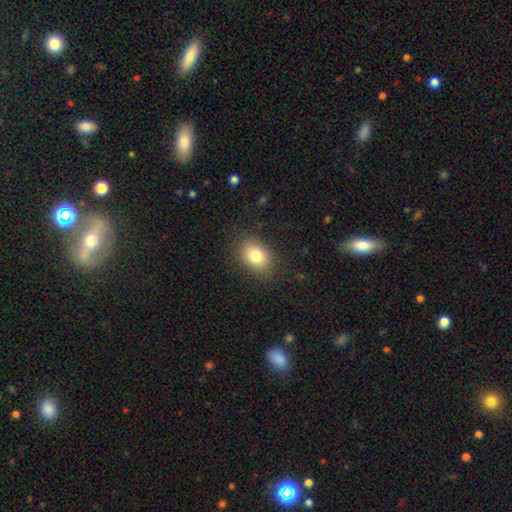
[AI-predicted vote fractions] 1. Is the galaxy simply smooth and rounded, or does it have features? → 80% smooth, 10% star or artifact, 10% featured or disk.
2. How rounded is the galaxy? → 67% in between, 32% round, 1% cigar-shaped.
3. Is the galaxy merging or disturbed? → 85% none, 11% minor disturbance, 3% major disturbance, 1% merger.